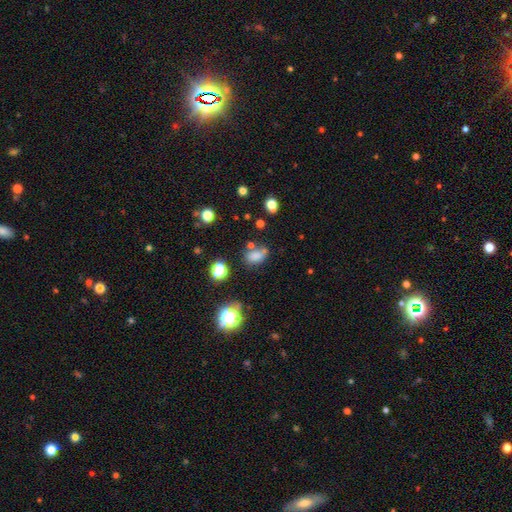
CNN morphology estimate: A smooth galaxy with no disk features (72%) that is in between round and cigar-shaped (77%).

Vote fractions:
- Smooth or featured? smooth: 72% / star or artifact: 18% / featured or disk: 9%
- How rounded? in between: 77% / round: 21% / cigar-shaped: 2%
- Merging? none: 54% / minor disturbance: 21% / merger: 16% / major disturbance: 9%